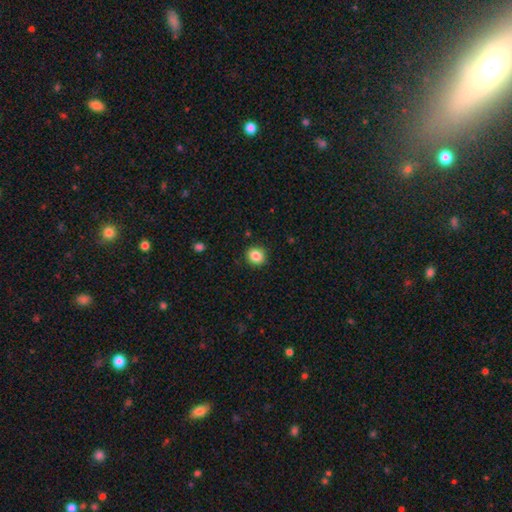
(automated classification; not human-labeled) smooth_or_featured: smooth (p=0.85) [alt: star or artifact p=0.10]
how_rounded: round (p=0.79) [alt: in between p=0.21]
merging: none (p=0.89) [alt: minor disturbance p=0.08]